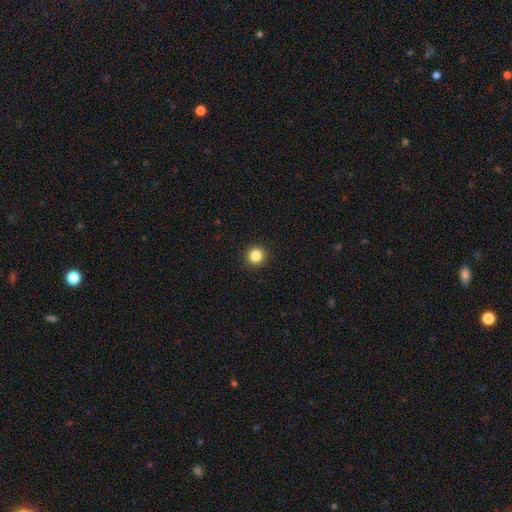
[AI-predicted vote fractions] A smooth galaxy with no disk features (85%) that is round (95%).

Vote fractions:
- Smooth or featured? smooth: 85% / star or artifact: 11% / featured or disk: 4%
- How rounded? round: 95% / in between: 4% / cigar-shaped: 1%
- Merging? none: 93% / minor disturbance: 5% / major disturbance: 2% / merger: 1%